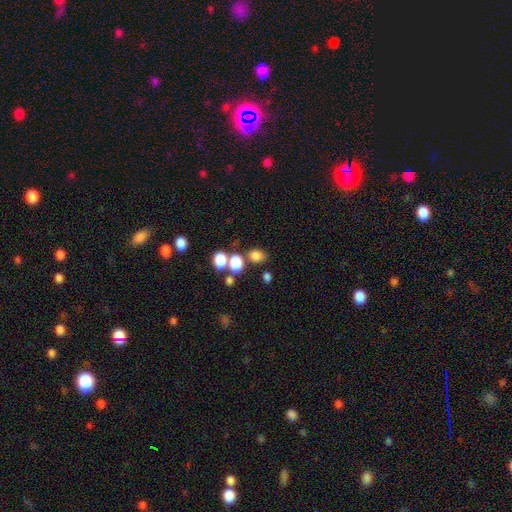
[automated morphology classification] Smooth or featured: smooth — 78% (star or artifact — 14%)
How rounded: in between — 50% (round — 49%)
Merging: none — 58% (merger — 25%)